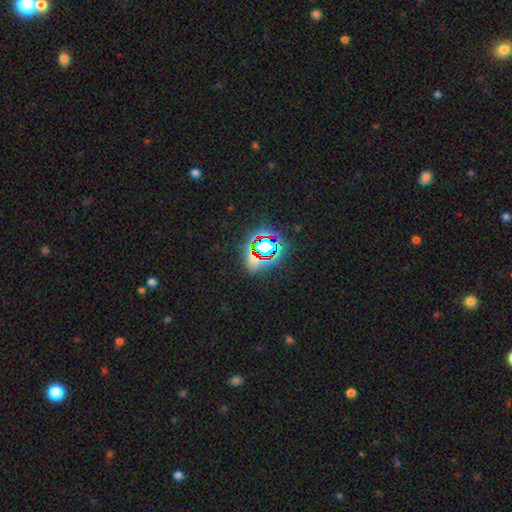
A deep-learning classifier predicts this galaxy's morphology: type=star or artifact (68%).